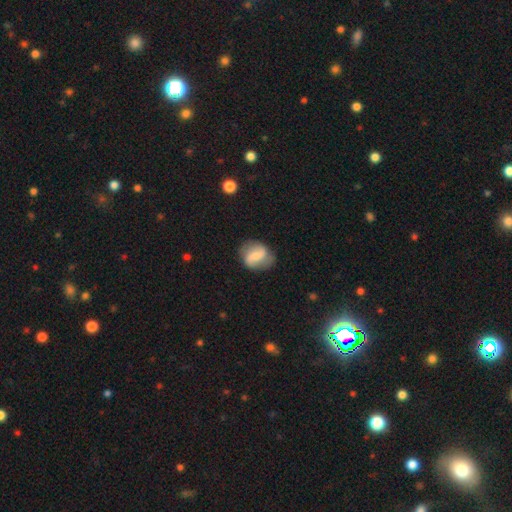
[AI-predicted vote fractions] This is possibly a featured or disk galaxy (58%). It is clearly not viewed edge-on (96%). Bar: possibly strong (45%). Spiral arm pattern: likely yes (80%). Central bulge: possibly small (51%). Merging: likely none (72%).